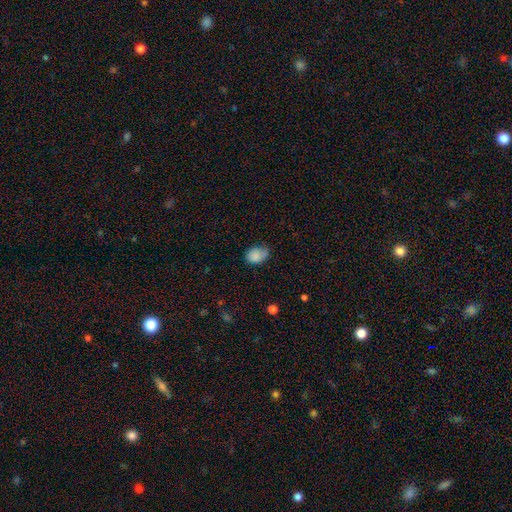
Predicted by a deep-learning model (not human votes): This is clearly a smooth galaxy (81%). How rounded: likely in between (72%). Merging: possibly none (47%).